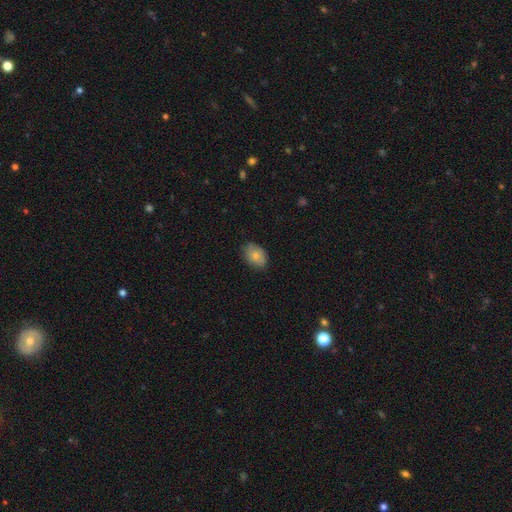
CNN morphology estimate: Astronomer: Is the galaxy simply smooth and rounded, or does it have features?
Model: smooth — 77%.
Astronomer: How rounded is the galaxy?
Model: in between — 79%.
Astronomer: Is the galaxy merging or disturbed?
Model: none — 80%.